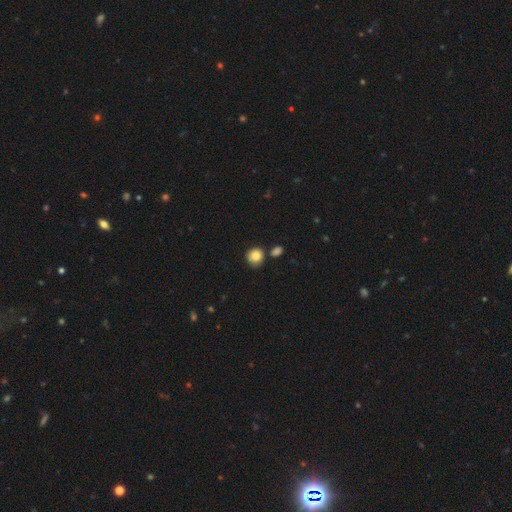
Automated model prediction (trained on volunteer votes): This is clearly a smooth galaxy (85%). How rounded: clearly round (89%). Merging: likely none (77%).